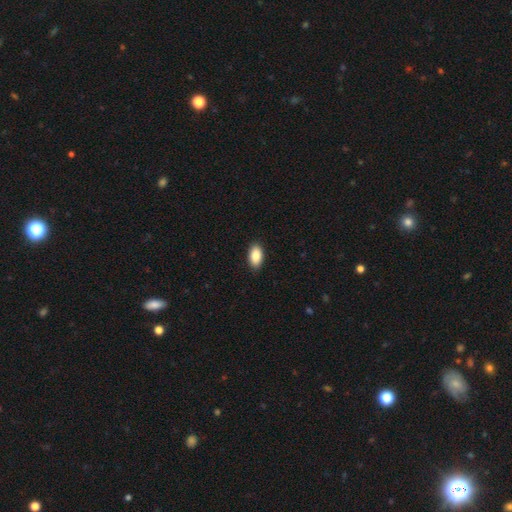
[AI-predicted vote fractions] This is clearly a smooth galaxy (87%). How rounded: clearly in between (94%). Merging: clearly none (90%).